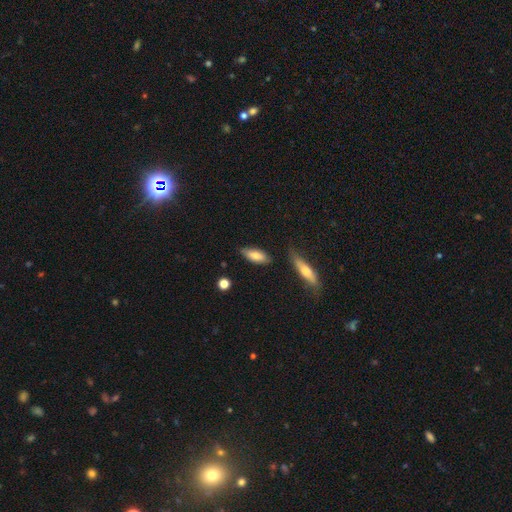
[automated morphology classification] Smooth or featured: smooth — 77% (featured or disk — 17%)
How rounded: in between — 72% (cigar-shaped — 26%)
Merging: none — 80% (minor disturbance — 14%)